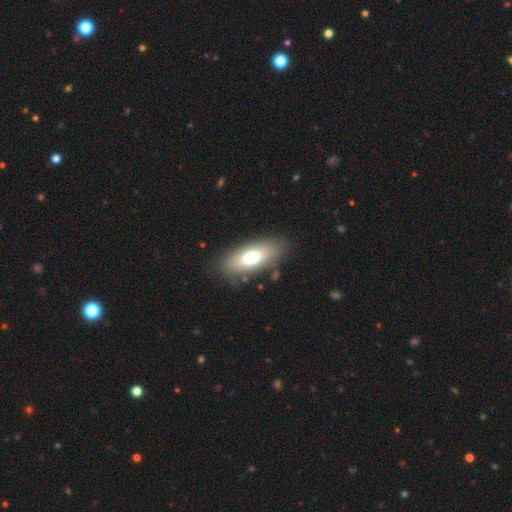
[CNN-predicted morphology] Q: Smooth or featured?
A: smooth (70%); runner-up: featured or disk (22%)
Q: How rounded?
A: in between (78%); runner-up: cigar-shaped (19%)
Q: Merging?
A: none (83%); runner-up: minor disturbance (11%)